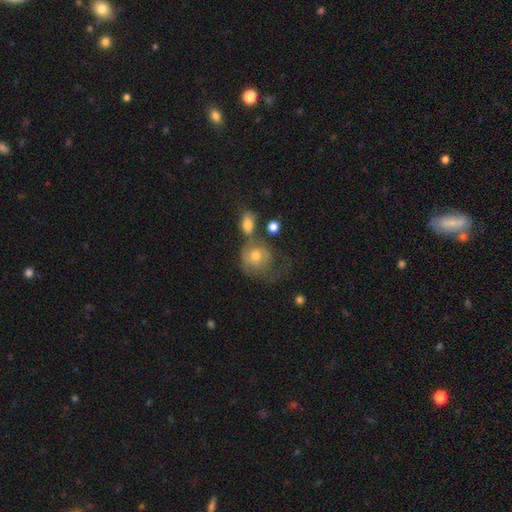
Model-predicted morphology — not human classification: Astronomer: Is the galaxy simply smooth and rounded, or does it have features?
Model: smooth — 55% (runner-up: featured or disk, 36%).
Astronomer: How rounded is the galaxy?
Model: round — 71%.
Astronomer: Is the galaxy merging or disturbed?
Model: major disturbance — 29% (runner-up: none, 27%).